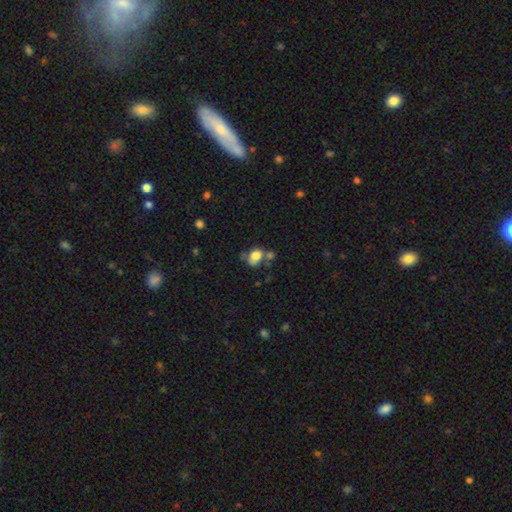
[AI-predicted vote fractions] Overall: smooth (75%). How rounded: in between (50%; round 49%). Merging: none (39%; merger 31%).